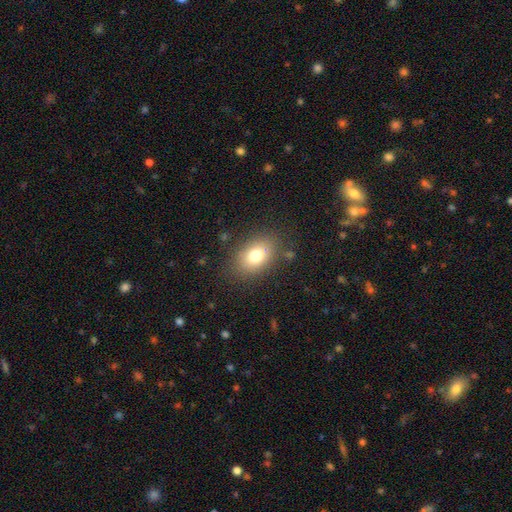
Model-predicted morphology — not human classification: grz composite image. It shows a smooth galaxy with no disk features (76%) that is in between round and cigar-shaped (81%). Merging: none (81%).